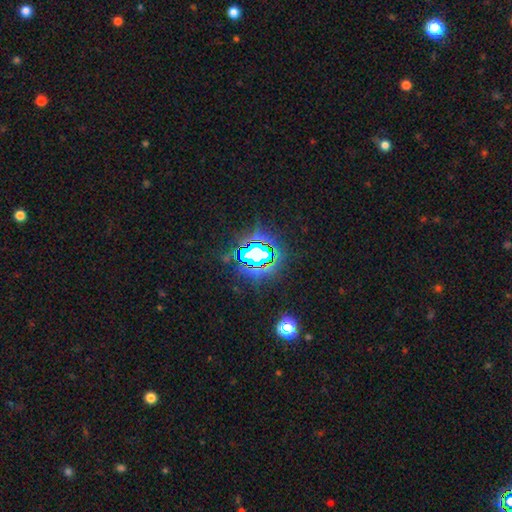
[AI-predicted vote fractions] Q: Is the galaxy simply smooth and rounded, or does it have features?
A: star or artifact — 74%.